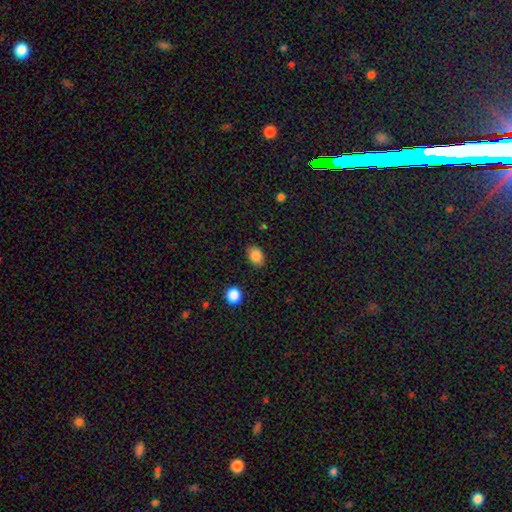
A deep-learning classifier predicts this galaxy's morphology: smooth 86%, star or artifact 9%, featured or disk 5%. Down the decision tree: how rounded — in between (76%); merging — none (86%).